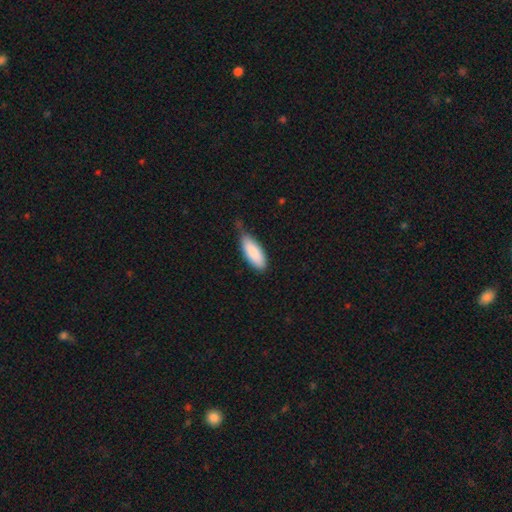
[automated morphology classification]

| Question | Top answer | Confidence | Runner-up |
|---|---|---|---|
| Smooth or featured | smooth | 87% | featured or disk (8%) |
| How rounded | in between | 75% | cigar-shaped (23%) |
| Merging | none | 55% | minor disturbance (36%) |